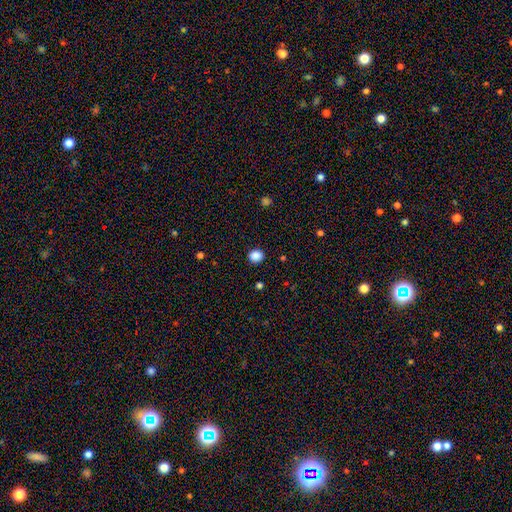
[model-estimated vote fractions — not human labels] Smooth or featured: smooth — 88% (star or artifact — 10%)
How rounded: round — 79% (in between — 21%)
Merging: none — 91% (minor disturbance — 6%)